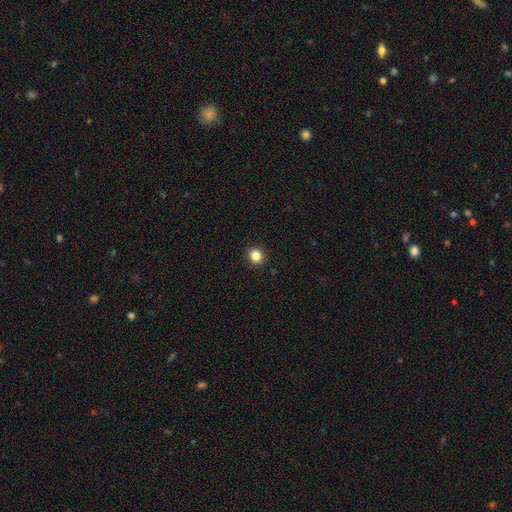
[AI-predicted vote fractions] Smooth or featured?
  - smooth: 85% *
  - star or artifact: 11%
  - featured or disk: 4%
How rounded?
  - round: 85% *
  - in between: 14%
  - cigar-shaped: 1%
Merging?
  - none: 93% *
  - minor disturbance: 5%
  - major disturbance: 2%
  - merger: 1%